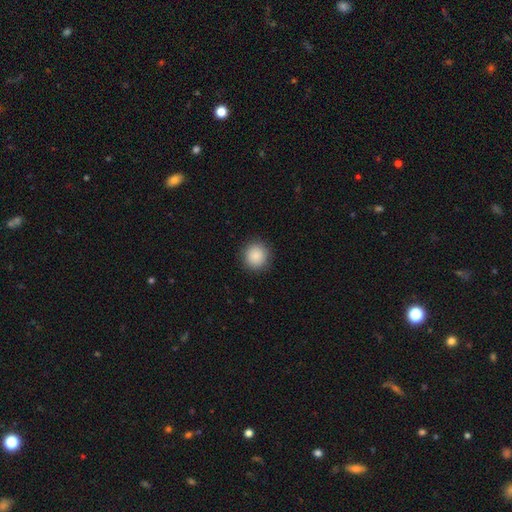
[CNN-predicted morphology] A smooth galaxy with no disk features (88%) that is round (93%).

Vote fractions:
- Smooth or featured? smooth: 88% / star or artifact: 8% / featured or disk: 3%
- How rounded? round: 93% / in between: 6% / cigar-shaped: 1%
- Merging? none: 91% / minor disturbance: 6% / major disturbance: 2% / merger: 1%